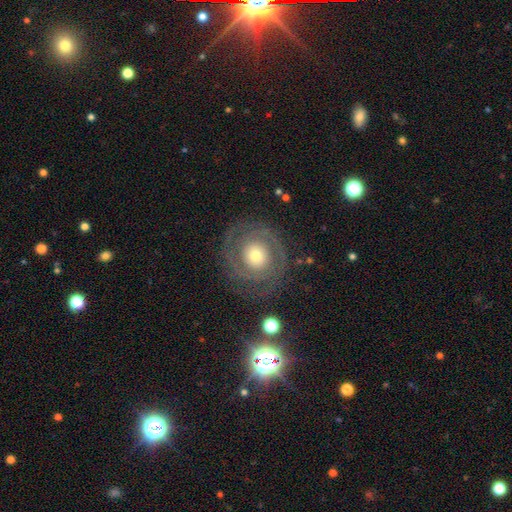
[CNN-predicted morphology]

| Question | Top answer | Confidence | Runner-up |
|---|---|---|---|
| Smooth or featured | featured or disk | 76% | smooth (18%) |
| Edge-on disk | no | 97% | yes (3%) |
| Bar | no | 82% | weak (13%) |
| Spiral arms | yes | 82% | no (18%) |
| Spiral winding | tight | 70% | medium (23%) |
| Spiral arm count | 2 | 58% | can't tell (20%) |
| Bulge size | moderate | 61% | small (21%) |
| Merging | none | 79% | minor disturbance (12%) |